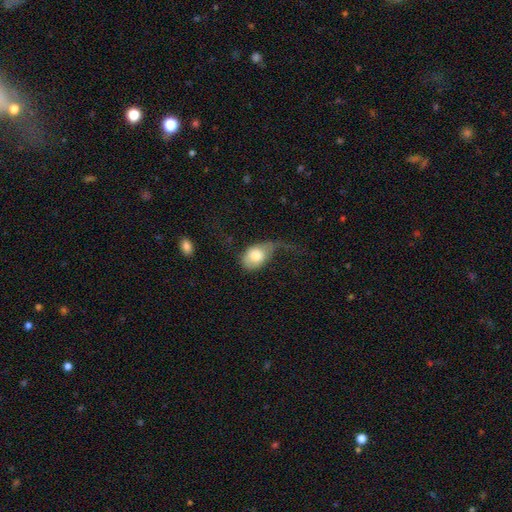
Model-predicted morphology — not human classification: Smooth or featured? Predicted: smooth (p=0.73). How rounded? Predicted: in between (p=0.80). Merging? Predicted: major disturbance (p=0.48).